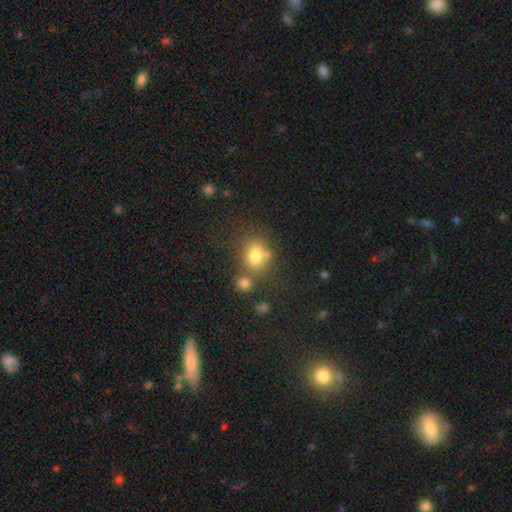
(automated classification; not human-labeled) This appears to be a smooth galaxy with no disk features (77%) that is round (64%). Merging: none (57%).